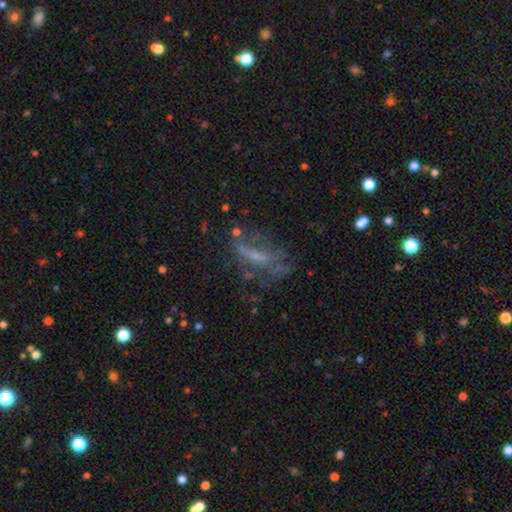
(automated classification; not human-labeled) This appears to be a featured or disk galaxy (53%). Merging: none (44%).